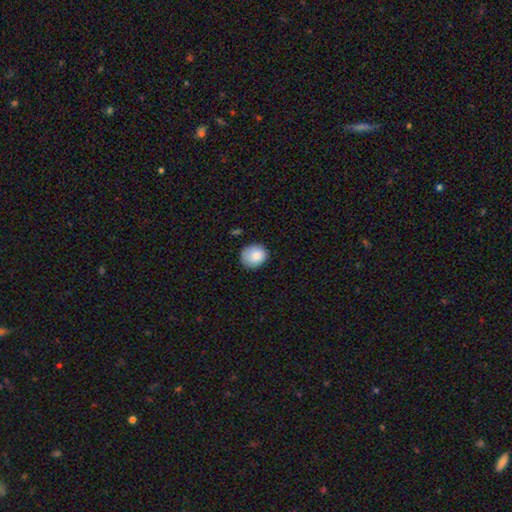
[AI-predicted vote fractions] Smooth or featured: smooth — 85% (star or artifact — 8%)
How rounded: round — 73% (in between — 26%)
Merging: none — 78% (minor disturbance — 18%)